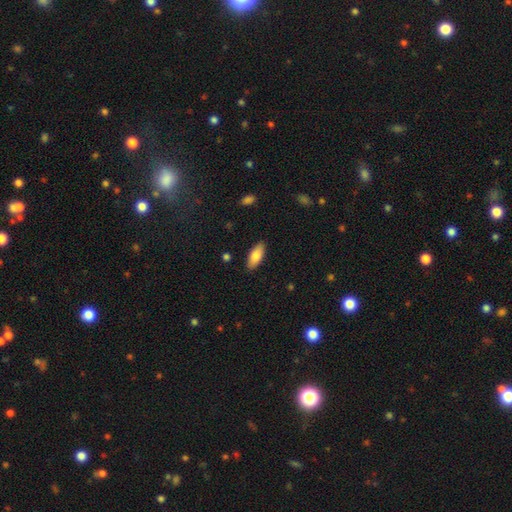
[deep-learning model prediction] smooth_or_featured: smooth (p=0.83) [alt: featured or disk p=0.11]
how_rounded: in between (p=0.83) [alt: cigar-shaped p=0.15]
merging: none (p=0.88) [alt: minor disturbance p=0.09]